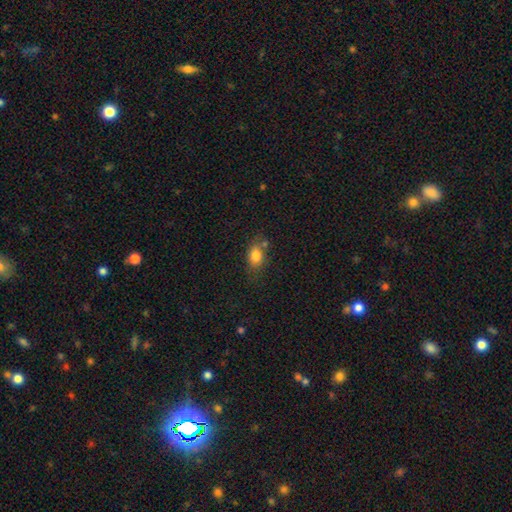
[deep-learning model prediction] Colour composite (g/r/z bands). It shows a smooth galaxy with no disk features (80%) that is in between round and cigar-shaped (75%). Merging: none (61%).